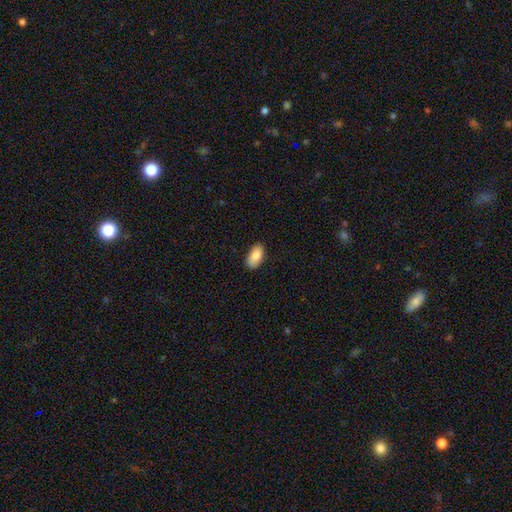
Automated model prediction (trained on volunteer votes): This is clearly a smooth galaxy (88%). How rounded: clearly in between (93%). Merging: clearly none (84%).